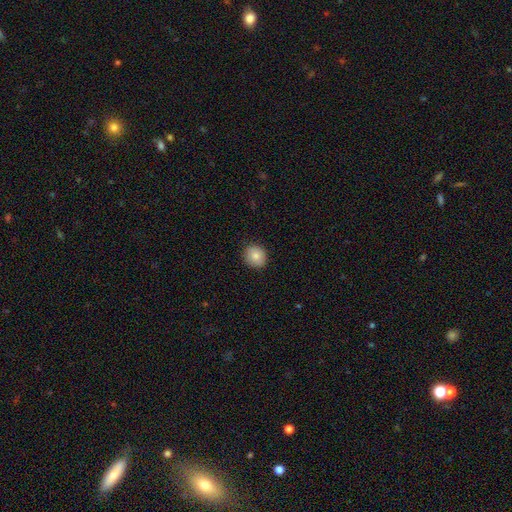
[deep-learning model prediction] Smooth or featured? smooth (83%)
How rounded? round (78%)
Merging? none (89%)